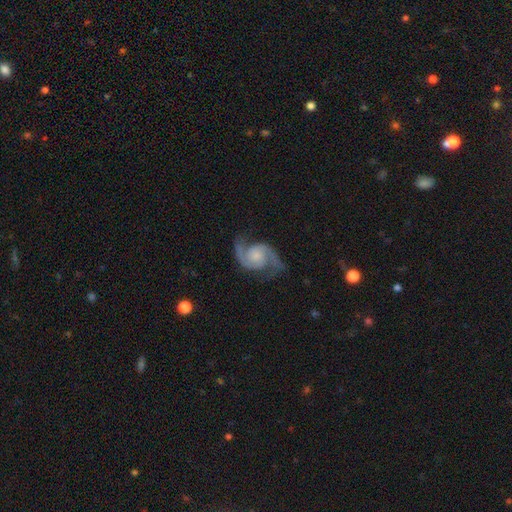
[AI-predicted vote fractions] featured or disk 92%, star or artifact 4%, smooth 4%. Down the decision tree: edge-on disk — no (98%); bar — no (69%); spiral arms — yes (98%); spiral arm count — 2 (94%); spiral winding — medium (56%); bulge size — small (38%); merging — none (79%).